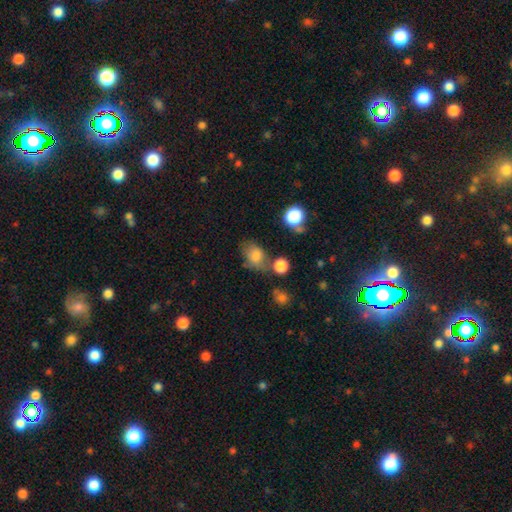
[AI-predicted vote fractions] Overall: smooth (76%). How rounded: in between (71%). Merging: none (46%; minor disturbance 25%).